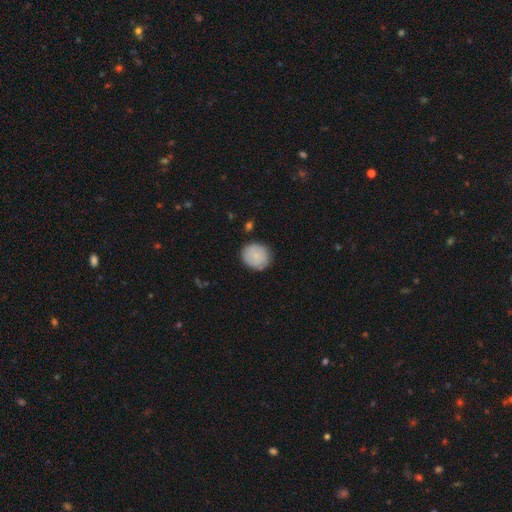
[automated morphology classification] Smooth or featured? Predicted: smooth (p=0.80). How rounded? Predicted: round (p=0.81). Merging? Predicted: none (p=0.81).